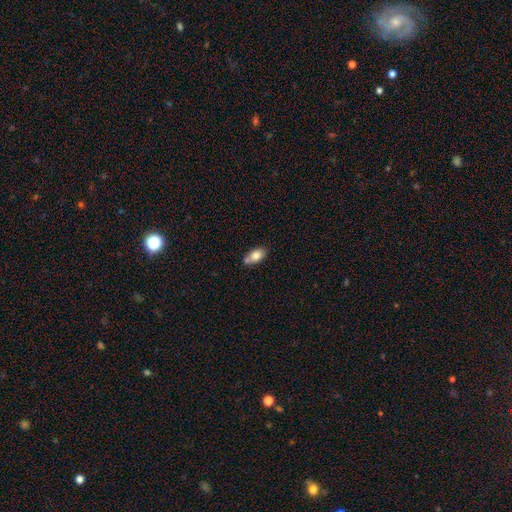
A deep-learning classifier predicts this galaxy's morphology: Smooth or featured?
  - smooth: 79% *
  - featured or disk: 13%
  - star or artifact: 8%
How rounded?
  - in between: 88% *
  - round: 9%
  - cigar-shaped: 4%
Merging?
  - none: 53% *
  - merger: 27%
  - minor disturbance: 16%
  - major disturbance: 4%